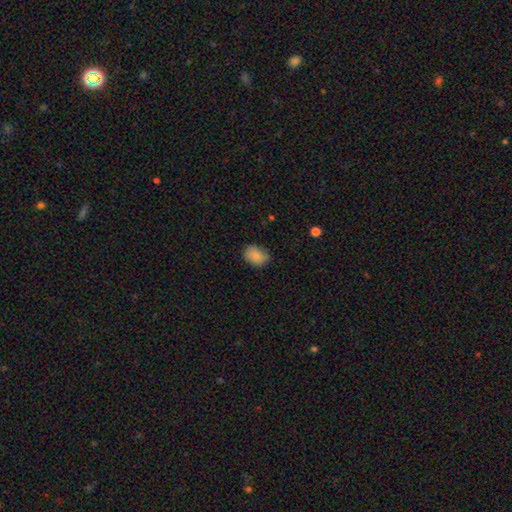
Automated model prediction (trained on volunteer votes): Q: Smooth or featured?
A: smooth (86%); runner-up: star or artifact (8%)
Q: How rounded?
A: in between (76%); runner-up: round (23%)
Q: Merging?
A: none (80%); runner-up: minor disturbance (16%)